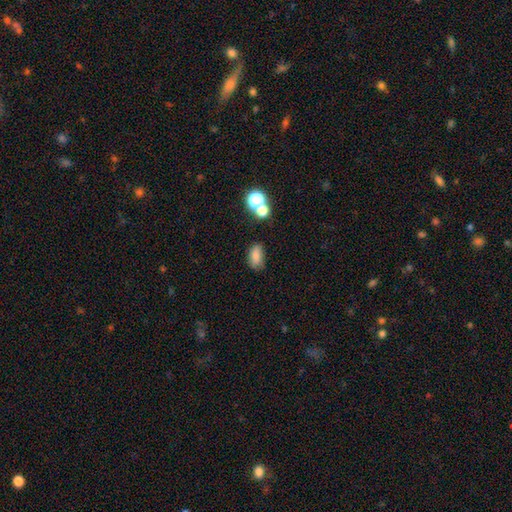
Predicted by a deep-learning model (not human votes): Smooth or featured? smooth (79%)
How rounded? in between (87%)
Merging? none (69%)